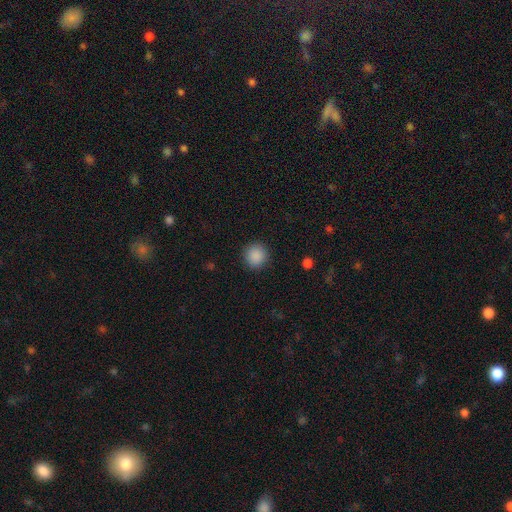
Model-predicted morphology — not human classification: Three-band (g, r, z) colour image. It shows a smooth galaxy with no disk features (88%) that is round (92%). Merging: none (90%).